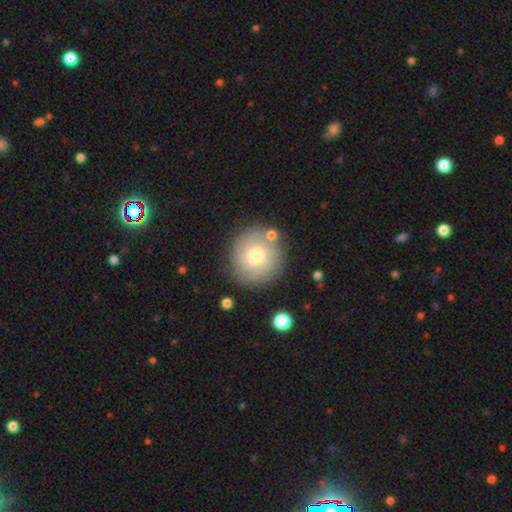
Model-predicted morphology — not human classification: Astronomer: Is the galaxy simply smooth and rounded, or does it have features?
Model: smooth — 47% (runner-up: featured or disk, 45%).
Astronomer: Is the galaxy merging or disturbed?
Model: none — 80%.